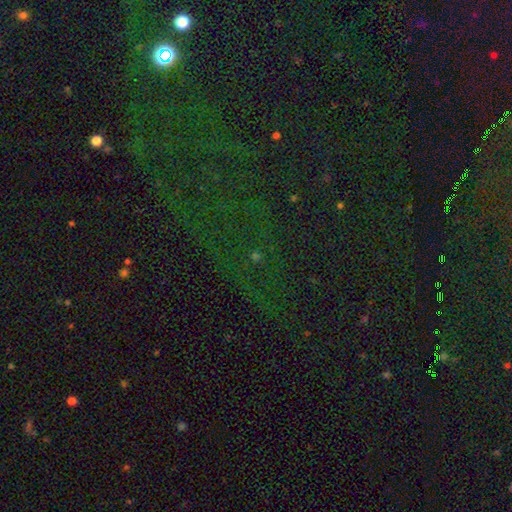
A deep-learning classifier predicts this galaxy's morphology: The model was most divided on "smooth or featured": star or artifact: 78%, smooth: 13%, featured or disk: 9%.